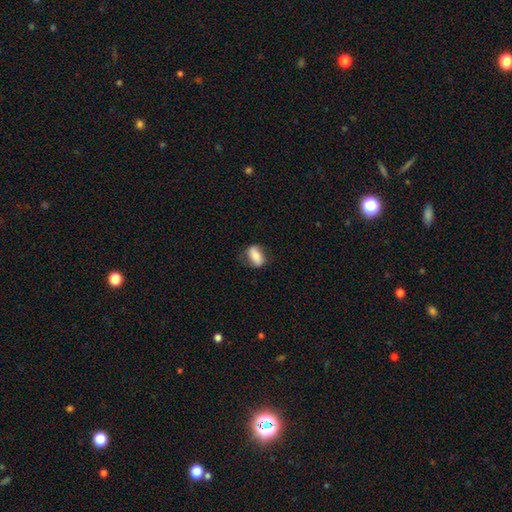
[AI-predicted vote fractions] Smooth or featured? smooth (70%)
How rounded? in between (82%)
Merging? none (71%)